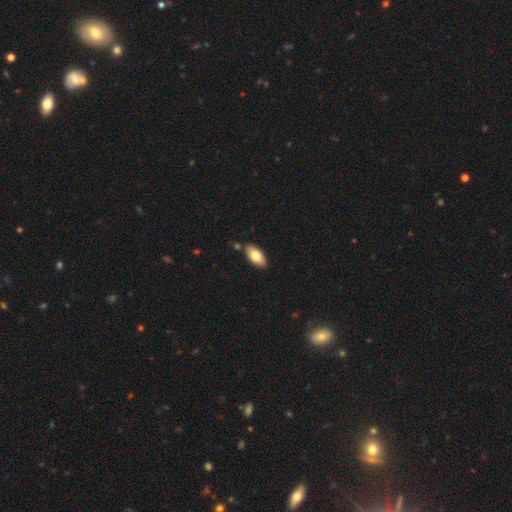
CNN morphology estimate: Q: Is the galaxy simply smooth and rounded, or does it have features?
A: smooth — 78%.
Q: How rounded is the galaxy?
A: in between — 92%.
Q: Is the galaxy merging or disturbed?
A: none — 84%.